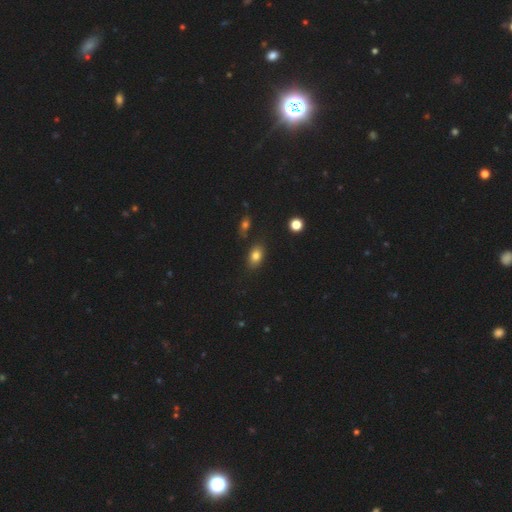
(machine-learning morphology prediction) This appears to be a smooth galaxy with no disk features (81%) that is in between round and cigar-shaped (82%). Merging: none (80%).